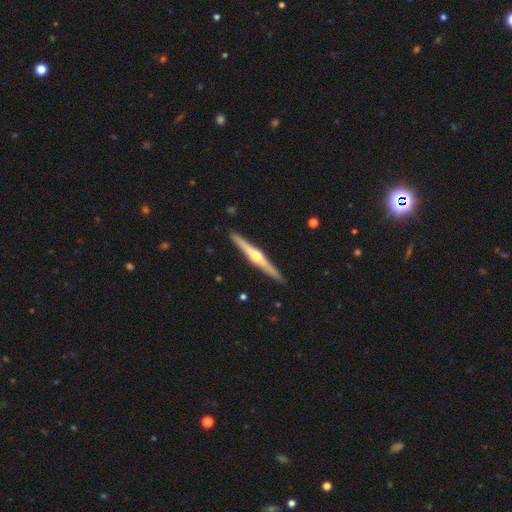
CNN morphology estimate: smooth-or-featured: featured or disk: 80% | smooth: 15% | star or artifact: 5%
  disk-edge-on: yes: 98% | no: 2%
    edge-on-bulge: rounded: 94% | boxy: 3% | none: 3%
  merging: none: 92% | minor disturbance: 6% | major disturbance: 1% | merger: 1%